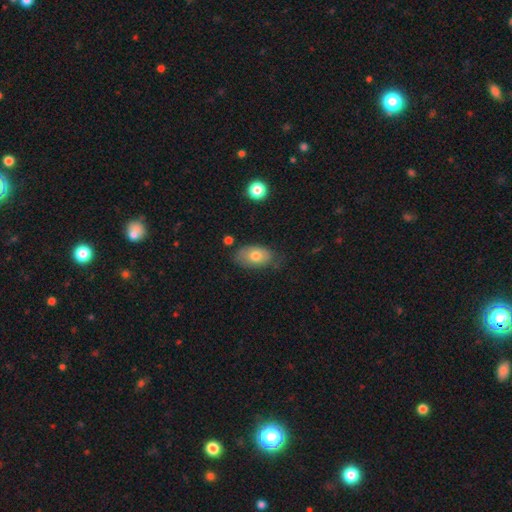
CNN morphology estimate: Smooth or featured? Predicted: smooth (p=0.74). How rounded? Predicted: in between (p=0.90). Merging? Predicted: none (p=0.65).